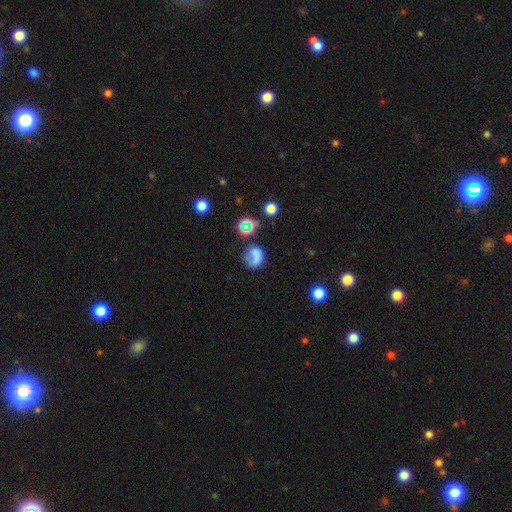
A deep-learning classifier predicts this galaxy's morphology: smooth_or_featured: smooth (p=0.58) [alt: featured or disk p=0.24]
how_rounded: round (p=0.64) [alt: in between p=0.35]
merging: none (p=0.44) [alt: minor disturbance p=0.24]